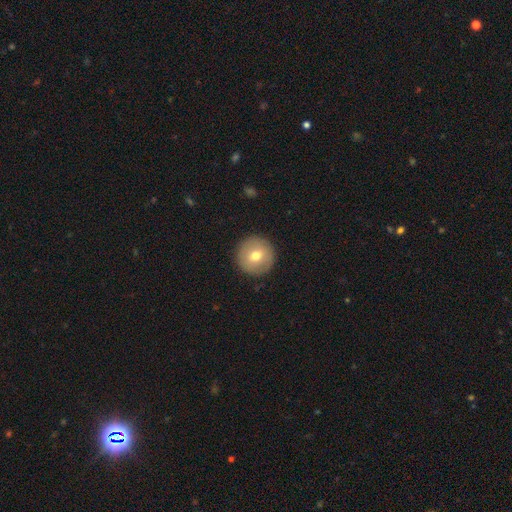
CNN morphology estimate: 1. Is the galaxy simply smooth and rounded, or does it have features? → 70% smooth, 22% featured or disk, 8% star or artifact.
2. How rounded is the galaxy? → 96% round, 3% in between, 1% cigar-shaped.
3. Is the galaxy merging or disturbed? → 91% none, 6% minor disturbance, 2% major disturbance, 1% merger.